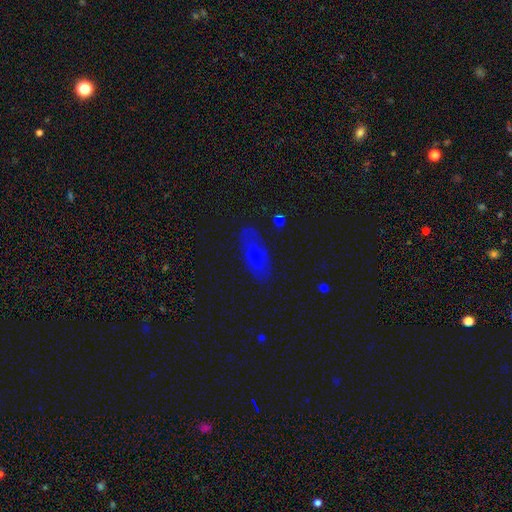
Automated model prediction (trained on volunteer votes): The model was most divided on "smooth or featured": smooth: 48%, featured or disk: 41%, star or artifact: 11%. More confident: merging — none (81%).